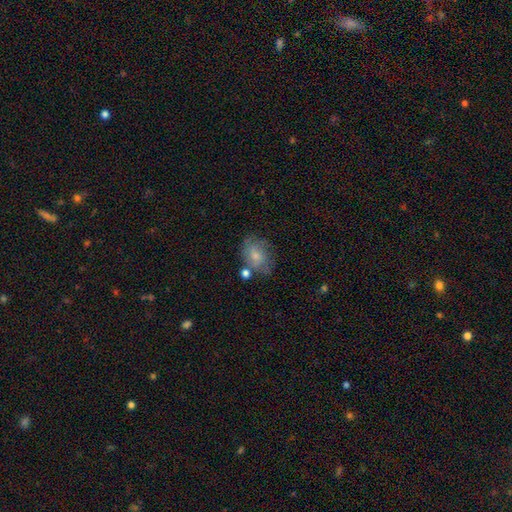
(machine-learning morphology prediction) A smooth galaxy with no disk features (66%) that is in between round and cigar-shaped (65%). Merging: none (52%).